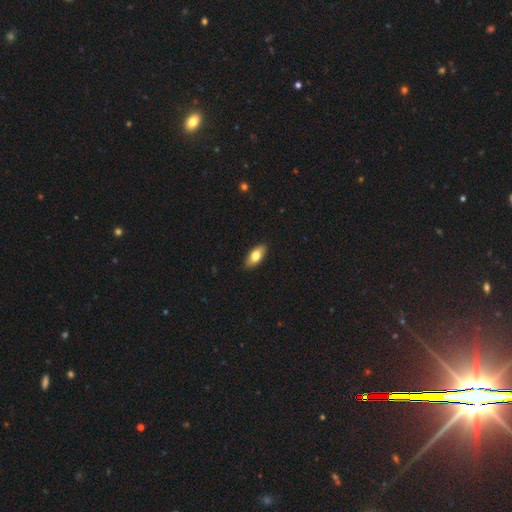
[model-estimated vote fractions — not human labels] Smooth or featured? Predicted: smooth (p=0.74). How rounded? Predicted: in between (p=0.85). Merging? Predicted: none (p=0.89).